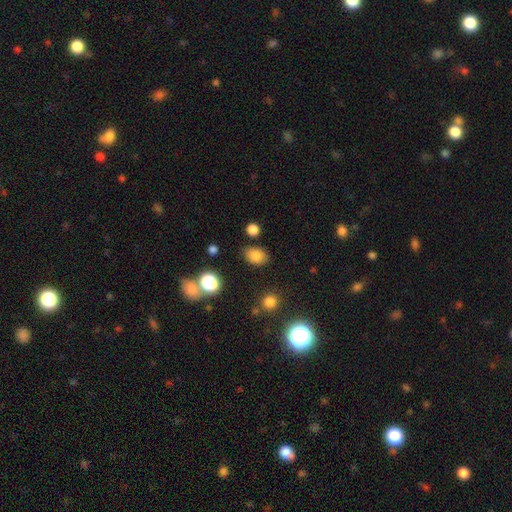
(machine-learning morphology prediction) The model was most divided on "how rounded": in between: 76%, round: 23%, cigar-shaped: 1%. More confident: smooth or featured — smooth (82%); merging — none (81%).